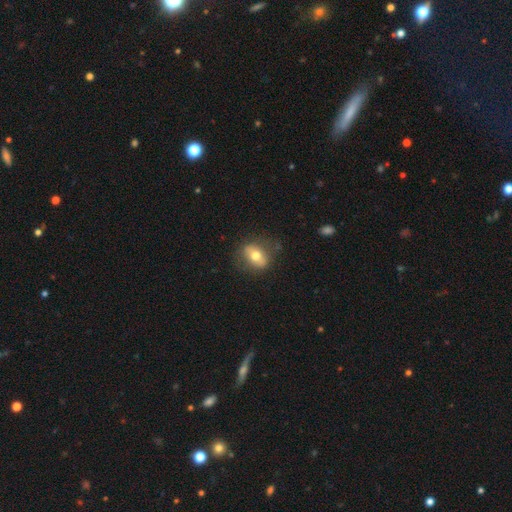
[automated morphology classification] This is possibly a smooth galaxy (58%). How rounded: likely in between (67%). Merging: likely none (74%).